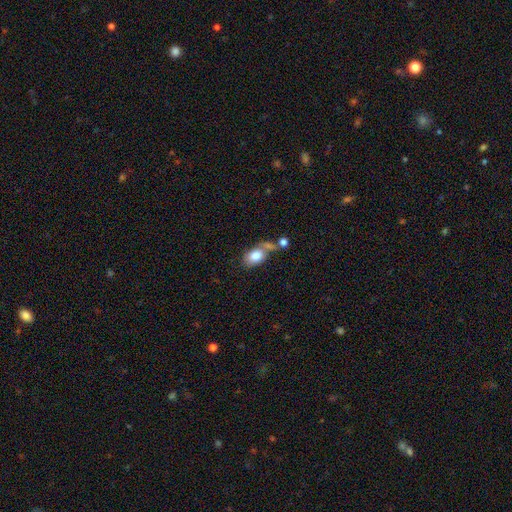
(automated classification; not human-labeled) The model was most divided on "merging": merger: 36%, none: 35%, minor disturbance: 17%, major disturbance: 12%. More confident: how rounded — in between (84%); smooth or featured — smooth (79%).